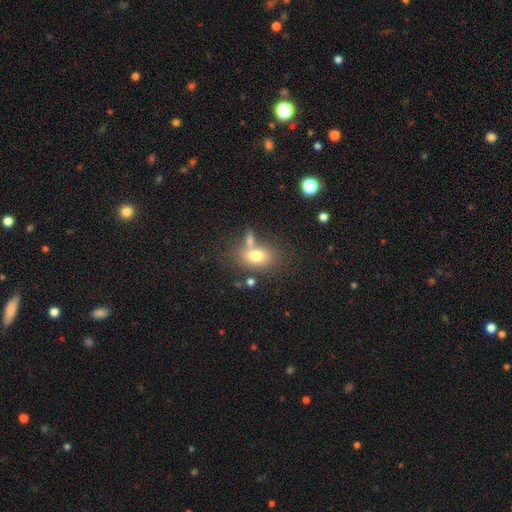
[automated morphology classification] A smooth galaxy with no disk features (73%) that is in between round and cigar-shaped (75%).

Vote fractions:
- Smooth or featured? smooth: 73% / featured or disk: 16% / star or artifact: 11%
- How rounded? in between: 75% / round: 23% / cigar-shaped: 2%
- Merging? none: 54% / merger: 25% / minor disturbance: 14% / major disturbance: 7%